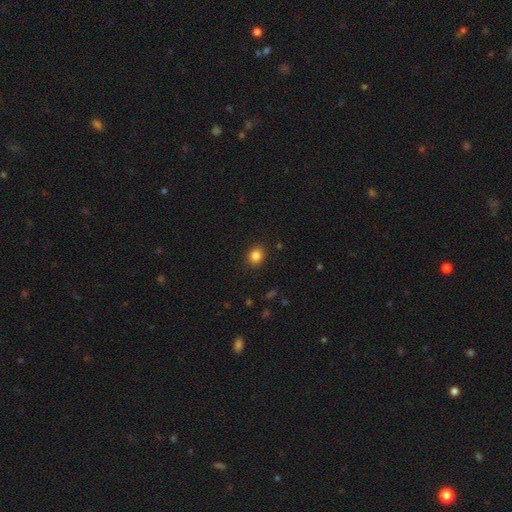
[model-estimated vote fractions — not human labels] smooth_or_featured: smooth (p=0.85) [alt: star or artifact p=0.11]
how_rounded: round (p=0.74) [alt: in between p=0.25]
merging: none (p=0.90) [alt: minor disturbance p=0.07]